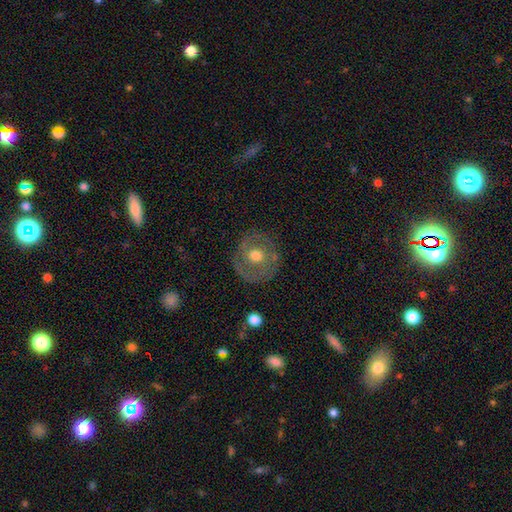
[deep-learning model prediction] This appears to be a featured or disk galaxy (50%). Merging: none (77%).